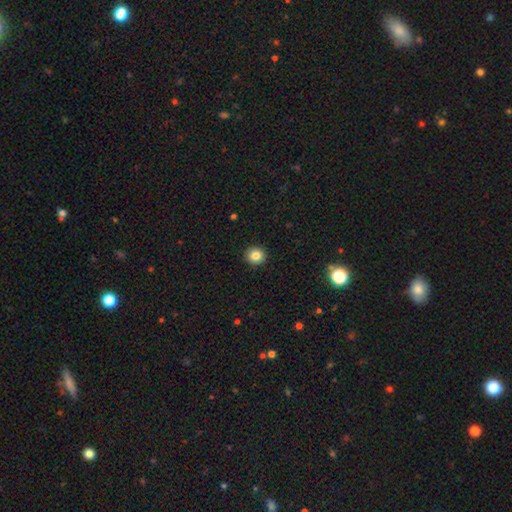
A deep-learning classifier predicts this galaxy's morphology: A smooth galaxy with no disk features (84%) that is round (89%).

Vote fractions:
- Smooth or featured? smooth: 84% / star or artifact: 11% / featured or disk: 6%
- How rounded? round: 89% / in between: 10% / cigar-shaped: 1%
- Merging? none: 93% / minor disturbance: 5% / major disturbance: 2% / merger: 1%